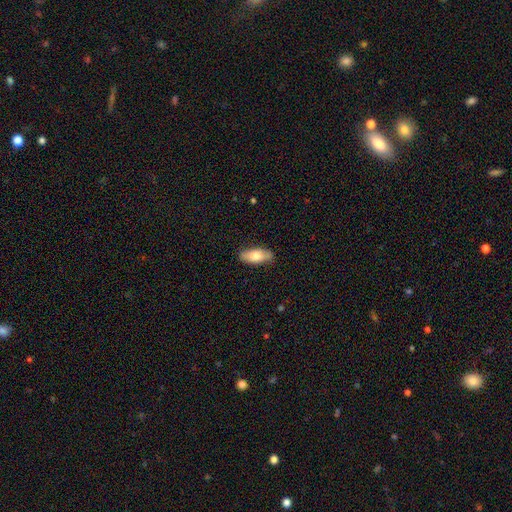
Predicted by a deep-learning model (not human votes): The model was most divided on "smooth or featured": smooth: 73%, featured or disk: 21%, star or artifact: 6%. More confident: merging — none (86%); how rounded — in between (80%).